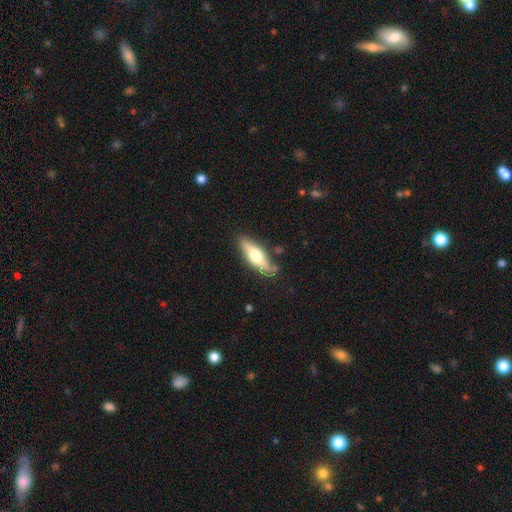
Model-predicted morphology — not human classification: smooth_or_featured: smooth (p=0.51) [alt: featured or disk p=0.44]
how_rounded: cigar-shaped (p=0.53) [alt: in between p=0.44]
merging: none (p=0.76) [alt: minor disturbance p=0.17]